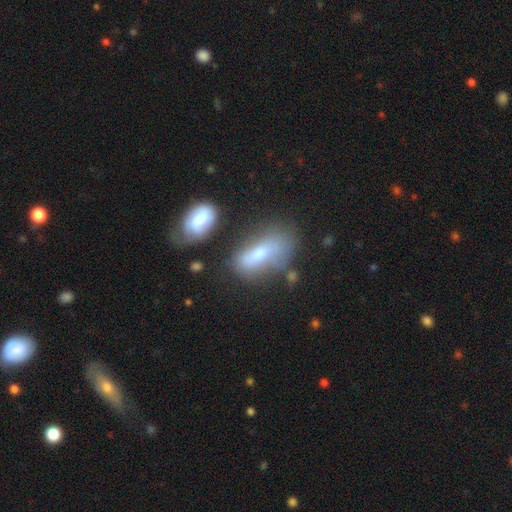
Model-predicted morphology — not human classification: Smooth or featured?
  - smooth: 63% *
  - featured or disk: 27%
  - star or artifact: 11%
How rounded?
  - in between: 83% *
  - cigar-shaped: 11%
  - round: 6%
Merging?
  - none: 38% *
  - minor disturbance: 26%
  - major disturbance: 20%
  - merger: 15%